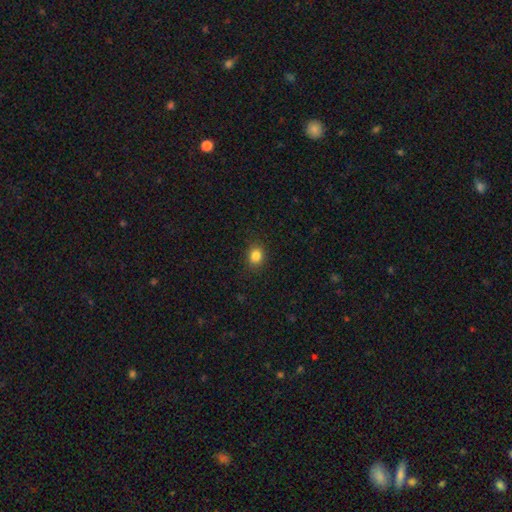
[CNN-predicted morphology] type=smooth (84%); roundness=round (70%); merging=none (89%).